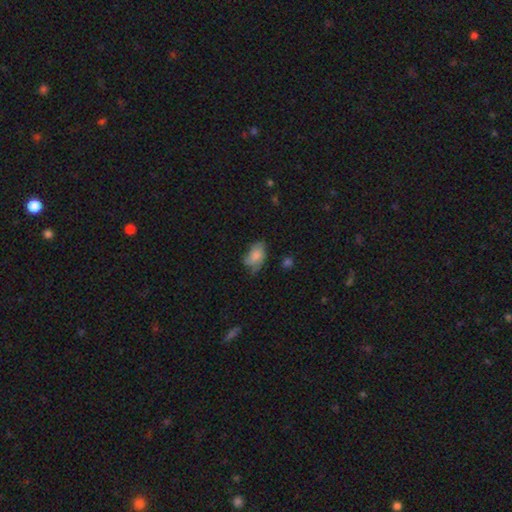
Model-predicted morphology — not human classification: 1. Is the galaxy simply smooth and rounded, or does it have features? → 73% smooth, 19% featured or disk, 8% star or artifact.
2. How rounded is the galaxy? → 89% in between, 10% round, 2% cigar-shaped.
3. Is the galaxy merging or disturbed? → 46% none, 37% minor disturbance, 15% major disturbance, 2% merger.